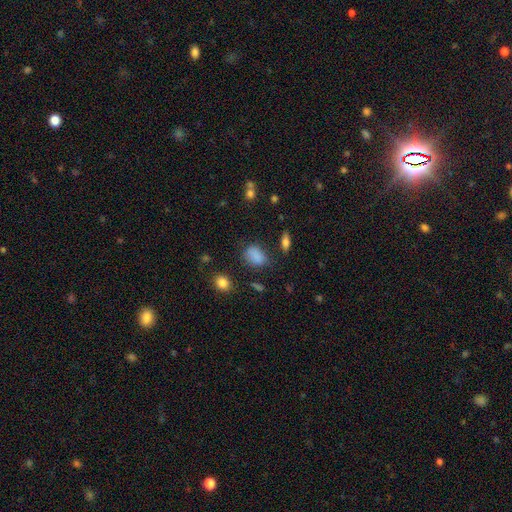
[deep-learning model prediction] A smooth galaxy with no disk features (82%) that is in between round and cigar-shaped (78%). Merging: none (63%).